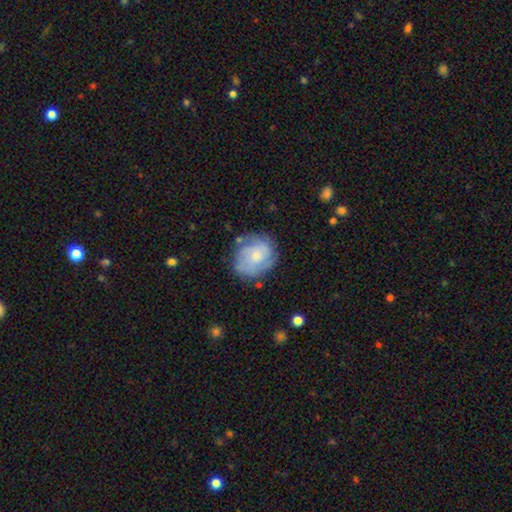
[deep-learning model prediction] Overall: featured or disk (61%; smooth 32%). Edge-on disk: no (98%). Bar: no (77%). Spiral arms: yes (82%). Bulge size: small (59%; moderate 33%). Merging: none (66%).